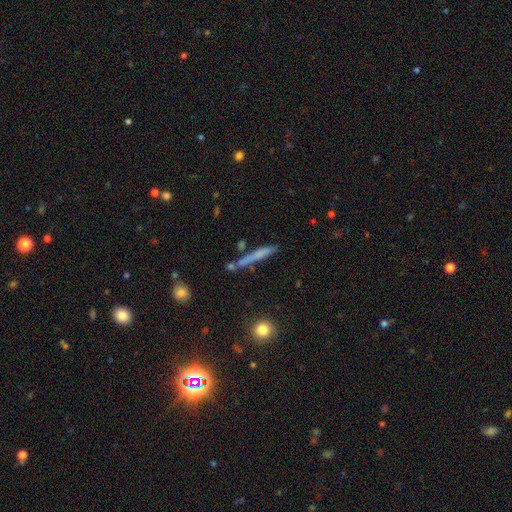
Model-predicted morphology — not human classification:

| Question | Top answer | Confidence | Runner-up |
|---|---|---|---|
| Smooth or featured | smooth | 56% | featured or disk (35%) |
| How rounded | cigar-shaped | 95% | in between (3%) |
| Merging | none | 77% | minor disturbance (13%) |